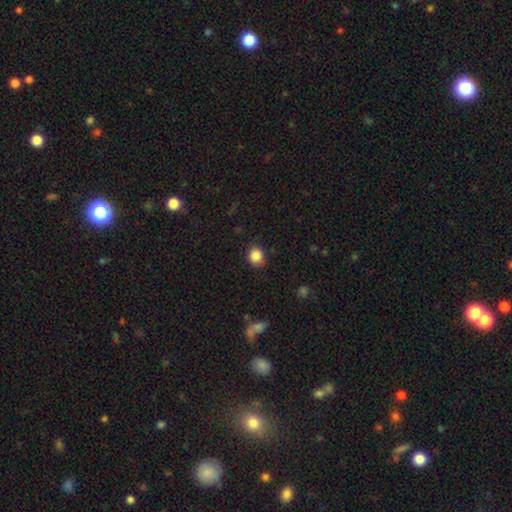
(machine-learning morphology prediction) Q: Smooth or featured?
A: smooth (86%); runner-up: star or artifact (10%)
Q: How rounded?
A: round (80%); runner-up: in between (20%)
Q: Merging?
A: none (83%); runner-up: minor disturbance (13%)